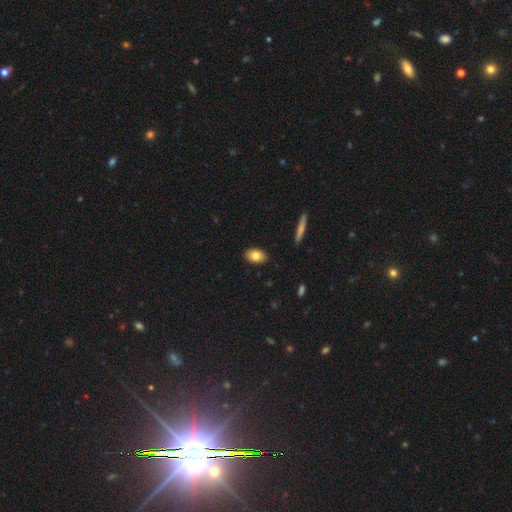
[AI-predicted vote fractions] Smooth or featured? Predicted: smooth (p=0.81). How rounded? Predicted: in between (p=0.89). Merging? Predicted: none (p=0.89).